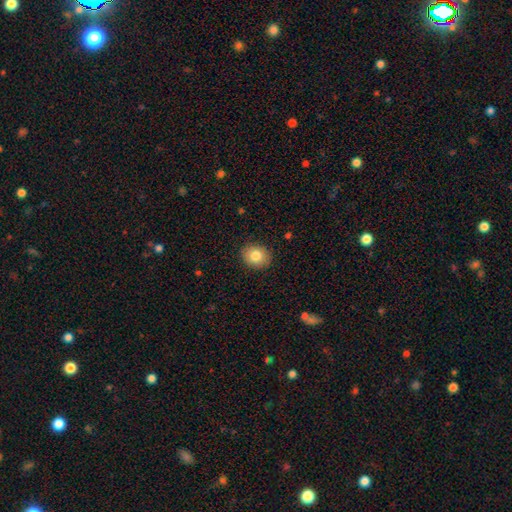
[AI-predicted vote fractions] Morphology: type=smooth (82%); roundness=round (60%); merging=none (89%).